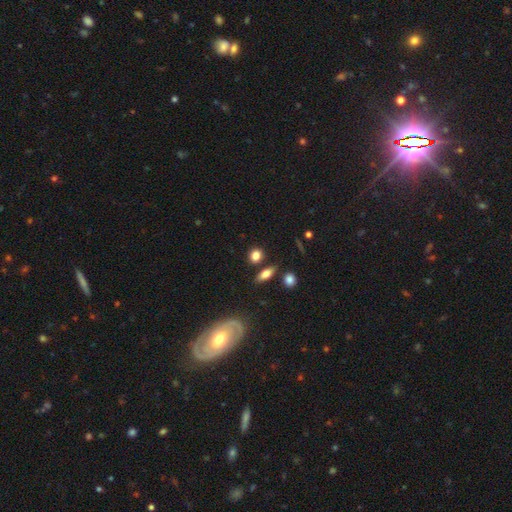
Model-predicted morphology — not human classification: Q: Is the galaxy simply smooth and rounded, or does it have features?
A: smooth — 81%.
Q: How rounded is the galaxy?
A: round — 57%.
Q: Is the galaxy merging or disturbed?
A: none — 79%.